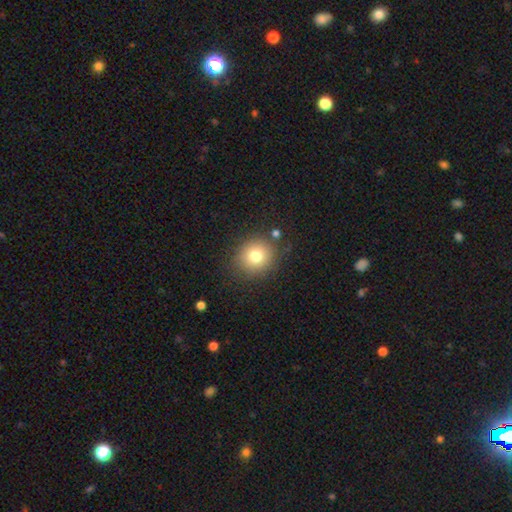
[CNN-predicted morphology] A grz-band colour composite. It shows a smooth galaxy with no disk features (77%) that is round (84%). Merging: none (82%).